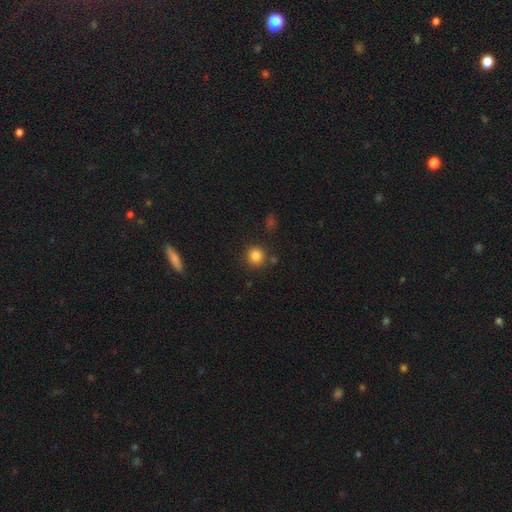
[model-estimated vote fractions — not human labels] Smooth or featured: smooth — 84% (star or artifact — 11%)
How rounded: round — 91% (in between — 8%)
Merging: none — 83% (minor disturbance — 8%)